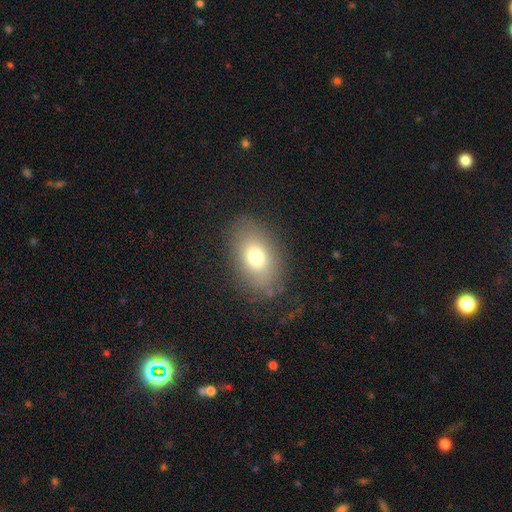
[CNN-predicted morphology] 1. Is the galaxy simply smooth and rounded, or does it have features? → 74% smooth, 14% featured or disk, 11% star or artifact.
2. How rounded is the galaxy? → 81% in between, 18% round, 1% cigar-shaped.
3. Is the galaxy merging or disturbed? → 80% none, 12% minor disturbance, 6% major disturbance, 1% merger.